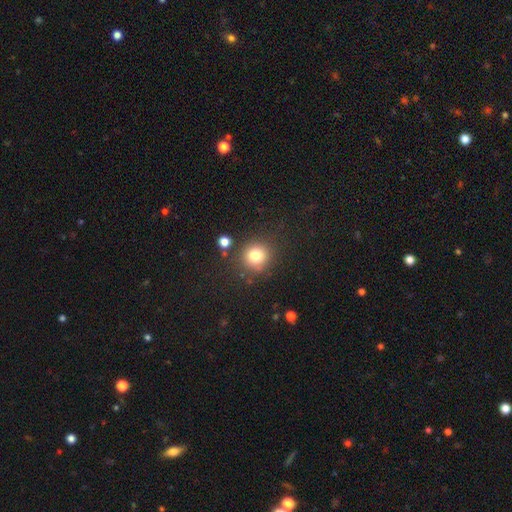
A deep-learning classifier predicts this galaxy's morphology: smooth_or_featured: smooth (p=0.79) [alt: star or artifact p=0.13]
how_rounded: round (p=0.92) [alt: in between p=0.08]
merging: none (p=0.83) [alt: minor disturbance p=0.09]